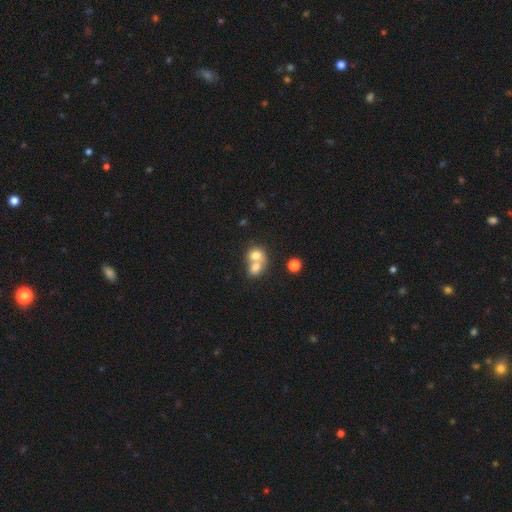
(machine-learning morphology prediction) Smooth or featured? smooth (72%)
How rounded? round (58%)
Merging? merger (74%)